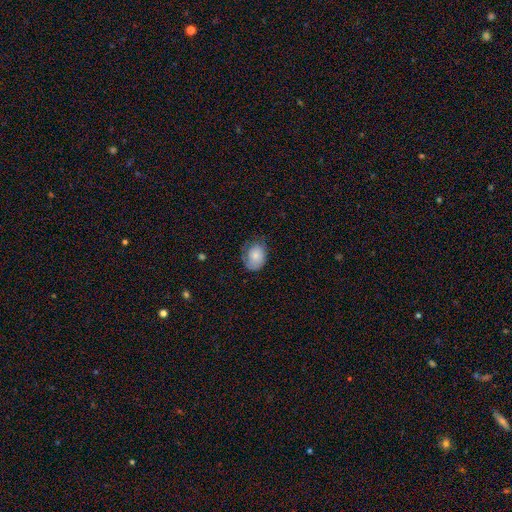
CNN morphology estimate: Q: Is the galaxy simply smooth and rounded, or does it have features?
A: smooth — 74%.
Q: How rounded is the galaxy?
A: in between — 66%.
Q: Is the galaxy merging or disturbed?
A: none — 53%.